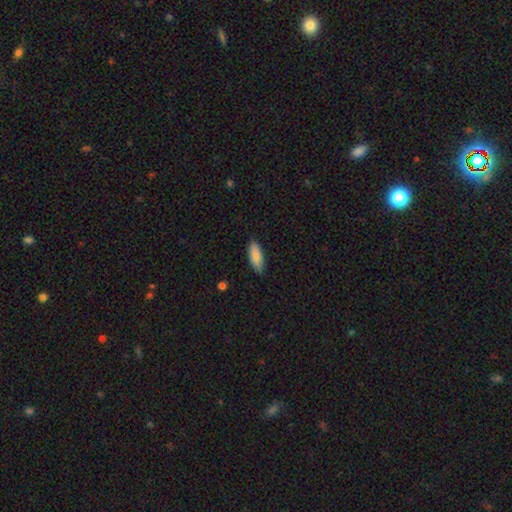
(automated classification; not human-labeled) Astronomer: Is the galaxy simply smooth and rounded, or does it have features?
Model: smooth — 87%.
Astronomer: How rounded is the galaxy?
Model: in between — 69%.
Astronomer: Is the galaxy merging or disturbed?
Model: none — 83%.